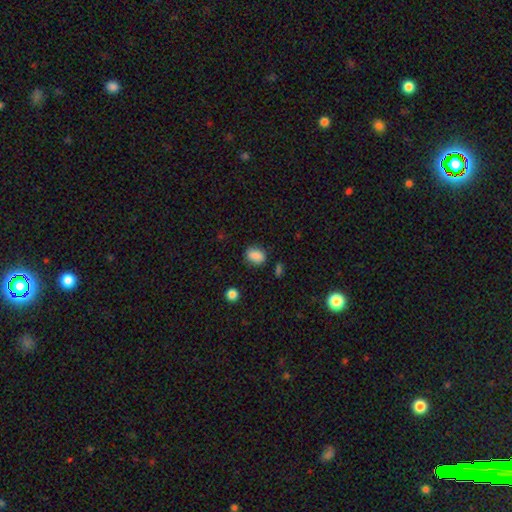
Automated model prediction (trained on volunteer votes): smooth_or_featured: smooth (p=0.86) [alt: star or artifact p=0.09]
how_rounded: in between (p=0.71) [alt: round p=0.28]
merging: none (p=0.75) [alt: minor disturbance p=0.18]